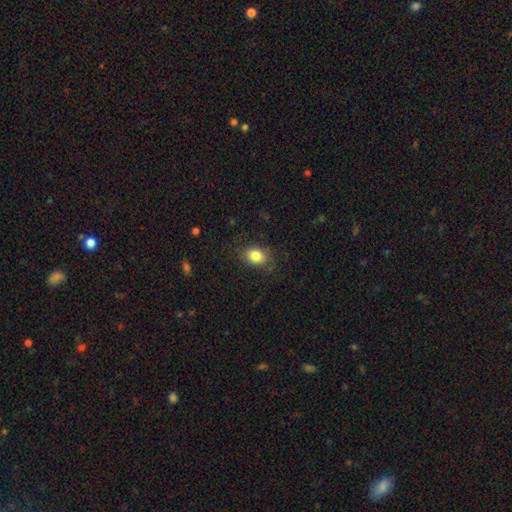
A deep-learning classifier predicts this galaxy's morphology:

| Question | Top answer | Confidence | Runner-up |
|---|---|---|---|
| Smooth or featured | smooth | 82% | star or artifact (9%) |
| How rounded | in between | 59% | round (39%) |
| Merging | none | 78% | minor disturbance (15%) |